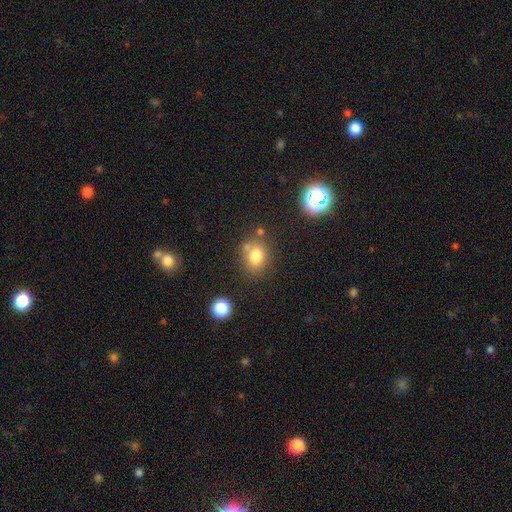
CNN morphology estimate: Q: Smooth or featured?
A: smooth (78%); runner-up: star or artifact (13%)
Q: How rounded?
A: round (64%); runner-up: in between (35%)
Q: Merging?
A: none (67%); runner-up: minor disturbance (15%)